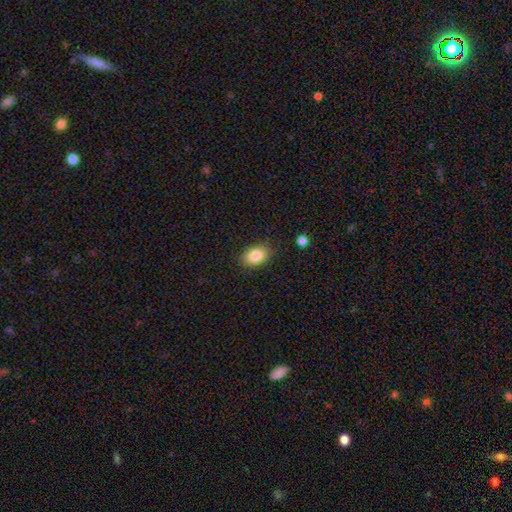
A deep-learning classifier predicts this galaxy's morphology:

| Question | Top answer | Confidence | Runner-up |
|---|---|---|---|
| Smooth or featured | smooth | 85% | star or artifact (8%) |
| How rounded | in between | 86% | round (13%) |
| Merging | none | 85% | minor disturbance (11%) |